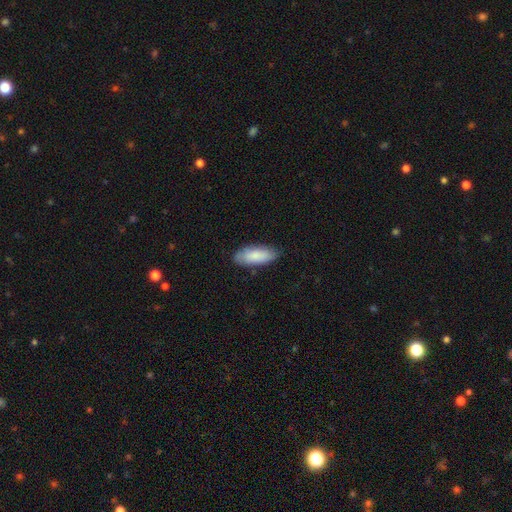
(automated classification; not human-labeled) smooth-or-featured: smooth: 85% | featured or disk: 10% | star or artifact: 5%
  how-rounded: in between: 75% | cigar-shaped: 23% | round: 2%
  merging: none: 79% | minor disturbance: 17% | major disturbance: 3% | merger: 1%